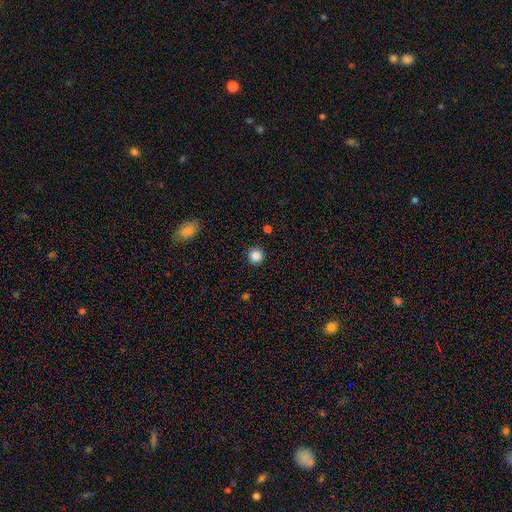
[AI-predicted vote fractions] Morphology: type=smooth (86%); roundness=round (95%); merging=none (92%).